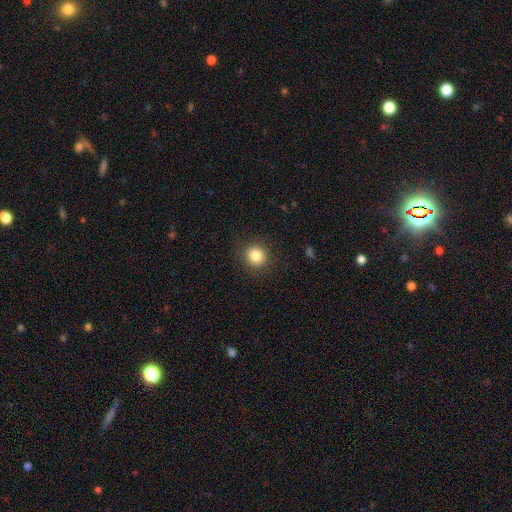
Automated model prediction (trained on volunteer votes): A smooth galaxy with no disk features (84%) that is round (91%).

Vote fractions:
- Smooth or featured? smooth: 84% / star or artifact: 11% / featured or disk: 5%
- How rounded? round: 91% / in between: 8% / cigar-shaped: 1%
- Merging? none: 90% / minor disturbance: 6% / major disturbance: 3% / merger: 1%